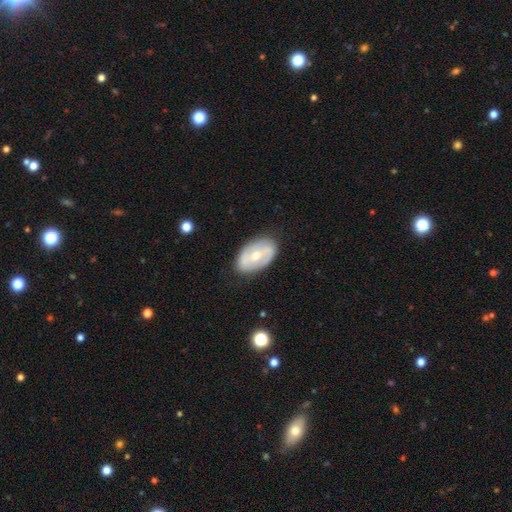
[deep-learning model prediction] smooth_or_featured: featured or disk (p=0.66) [alt: smooth p=0.28]
disk_edge_on: no (p=0.94) [alt: yes p=0.06]
bar: no (p=0.44) [alt: weak p=0.37]
has_spiral_arms: yes (p=0.64) [alt: no p=0.36]
bulge_size: moderate (p=0.57) [alt: small p=0.40]
merging: none (p=0.80) [alt: minor disturbance p=0.15]